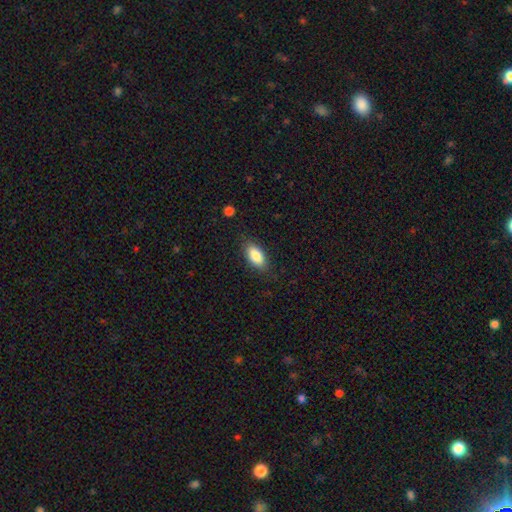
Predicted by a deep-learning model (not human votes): The model was most divided on "merging": none: 83%, minor disturbance: 12%, major disturbance: 3%, merger: 1%. More confident: how rounded — in between (87%); smooth or featured — smooth (83%).